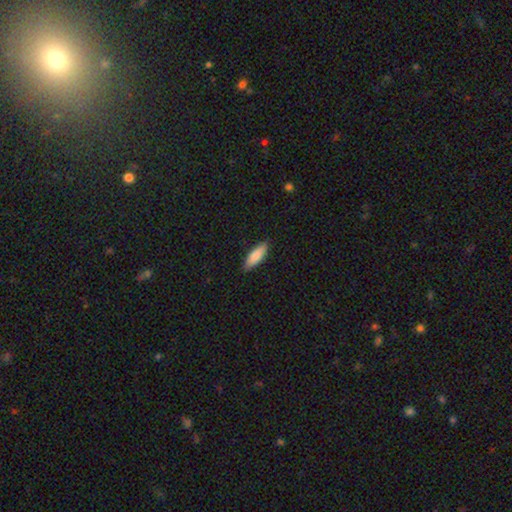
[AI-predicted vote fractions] A smooth galaxy with no disk features (83%) that is in between round and cigar-shaped (56%). Merging: none (87%).